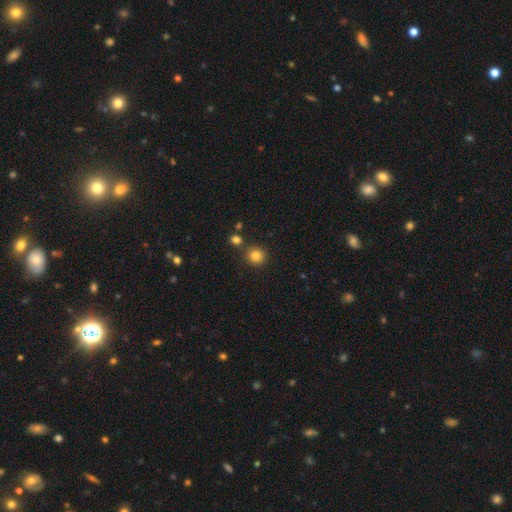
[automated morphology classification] type=smooth (83%); roundness=round (92%); merging=none (82%).